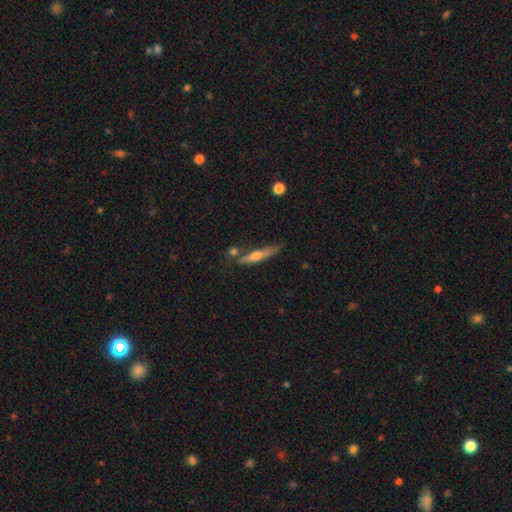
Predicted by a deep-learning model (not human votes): smooth-or-featured: featured or disk: 52% | smooth: 41% | star or artifact: 7%
  disk-edge-on: yes: 92% | no: 8%
  merging: none: 65% | minor disturbance: 20% | merger: 10% | major disturbance: 6%